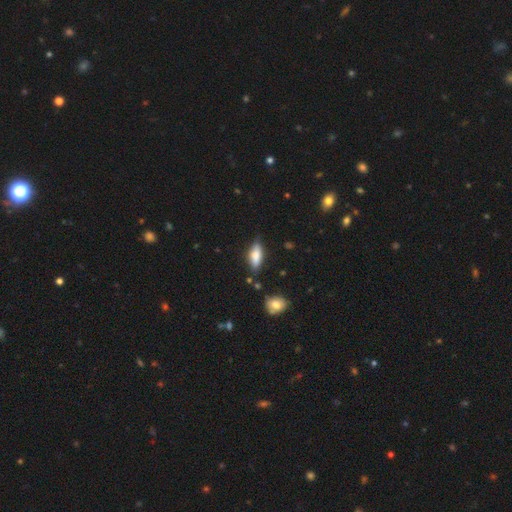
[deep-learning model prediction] Smooth or featured?
  - smooth: 75% *
  - featured or disk: 18%
  - star or artifact: 7%
How rounded?
  - in between: 71% *
  - cigar-shaped: 27%
  - round: 2%
Merging?
  - none: 75% *
  - minor disturbance: 18%
  - major disturbance: 4%
  - merger: 4%